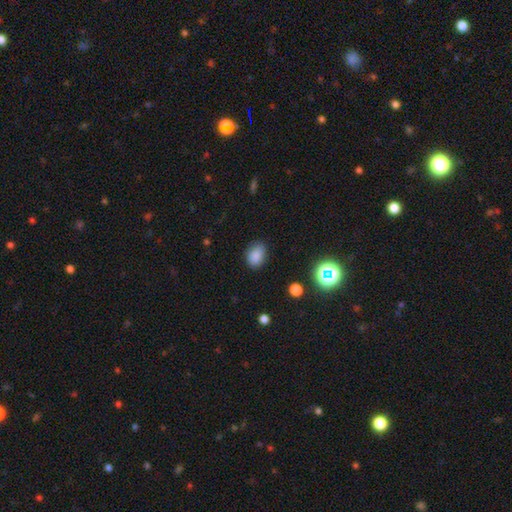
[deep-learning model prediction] smooth 84%, star or artifact 12%, featured or disk 5%. Down the decision tree: how rounded — in between (76%); merging — none (79%).